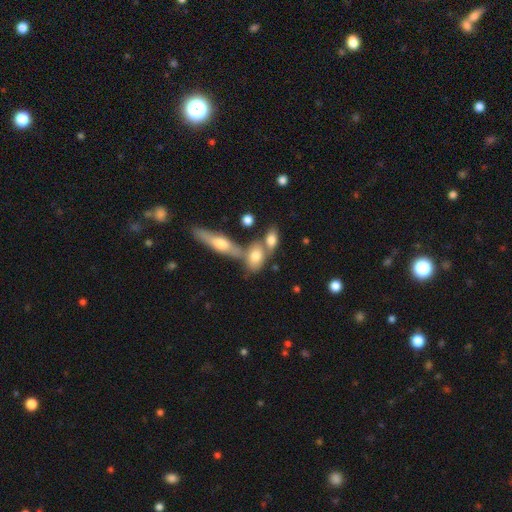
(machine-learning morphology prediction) Q: Smooth or featured?
A: smooth (71%); runner-up: featured or disk (21%)
Q: How rounded?
A: in between (78%); runner-up: round (12%)
Q: Merging?
A: merger (43%); runner-up: none (40%)